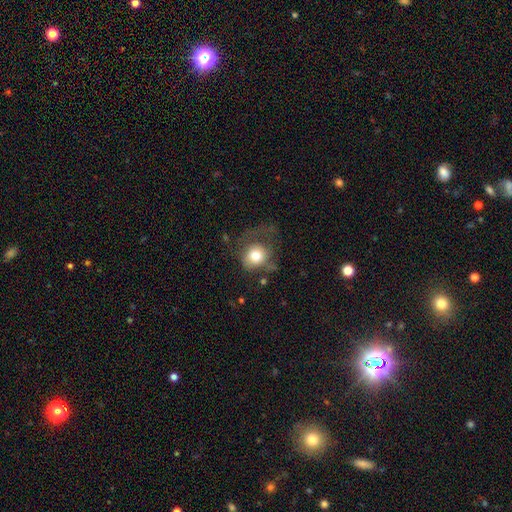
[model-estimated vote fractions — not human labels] This appears to be a smooth galaxy with no disk features (72%) that is round (75%). Merging: major disturbance (37%).